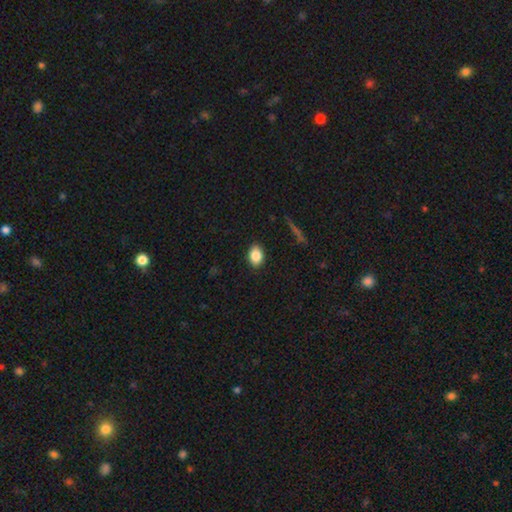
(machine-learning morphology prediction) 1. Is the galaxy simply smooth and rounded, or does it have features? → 85% smooth, 9% star or artifact, 7% featured or disk.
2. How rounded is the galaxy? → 76% in between, 22% round, 2% cigar-shaped.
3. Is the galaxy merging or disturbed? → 87% none, 9% minor disturbance, 2% major disturbance, 1% merger.